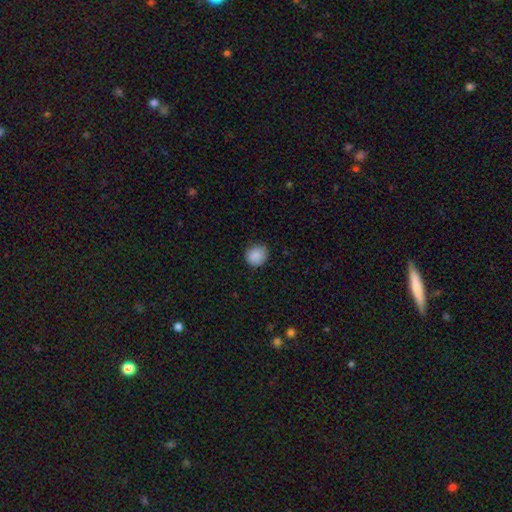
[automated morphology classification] smooth 88%, star or artifact 8%, featured or disk 4%. Down the decision tree: how rounded — round (80%); merging — none (83%).